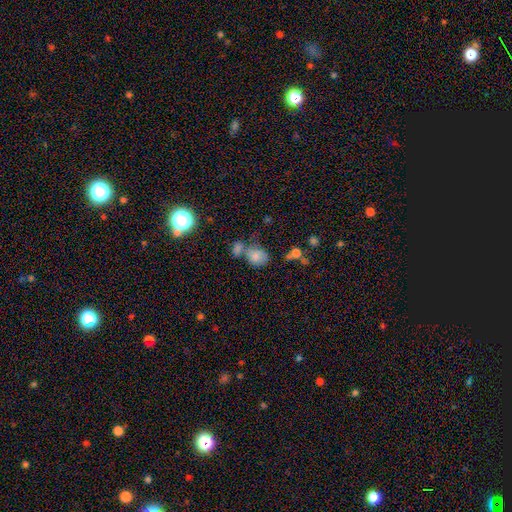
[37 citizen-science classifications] Q: Smooth or featured?
A: smooth (86%); runner-up: featured or disk (8%)
Q: How rounded?
A: round (59%); runner-up: in between (41%)
Q: Merging?
A: merger (49%); runner-up: none (31%)